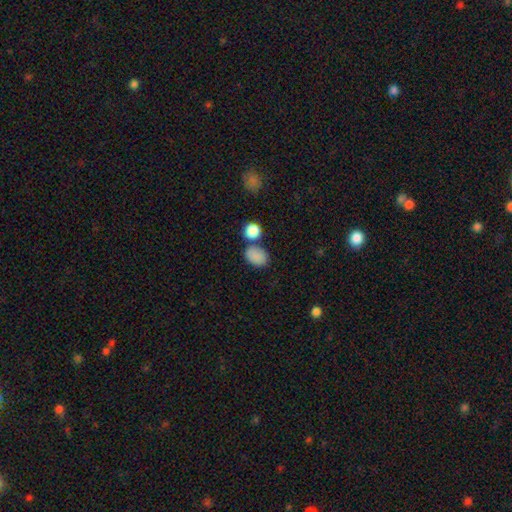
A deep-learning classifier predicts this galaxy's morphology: This is clearly a smooth galaxy (86%). How rounded: likely in between (73%). Merging: likely none (64%).